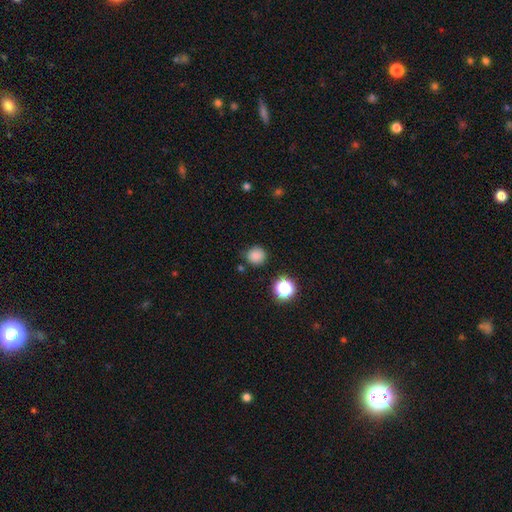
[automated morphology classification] The model was most divided on "smooth or featured": smooth: 82%, star or artifact: 14%, featured or disk: 4%. More confident: how rounded — round (92%); merging — none (84%).